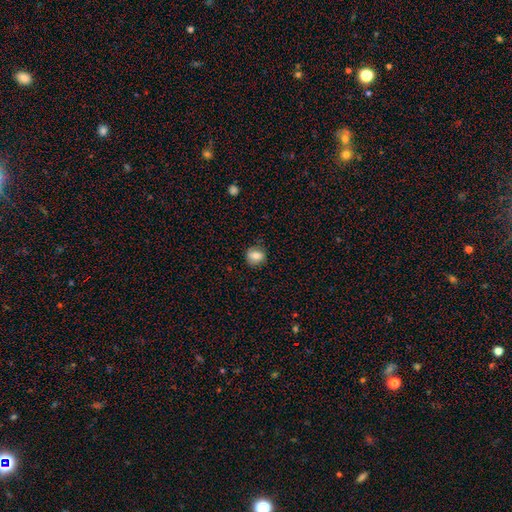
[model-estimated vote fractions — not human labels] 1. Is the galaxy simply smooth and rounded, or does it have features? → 76% smooth, 15% featured or disk, 9% star or artifact.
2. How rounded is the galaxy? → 70% round, 29% in between, 1% cigar-shaped.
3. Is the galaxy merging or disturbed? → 79% none, 16% minor disturbance, 4% major disturbance, 1% merger.